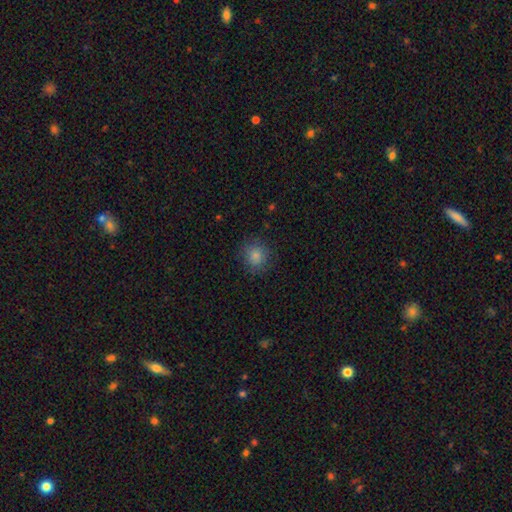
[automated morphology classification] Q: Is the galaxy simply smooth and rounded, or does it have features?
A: smooth — 84%.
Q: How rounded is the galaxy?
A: round — 90%.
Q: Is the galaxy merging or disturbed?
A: none — 85%.